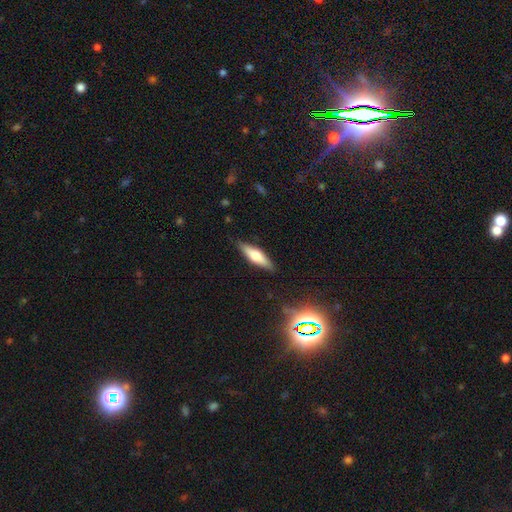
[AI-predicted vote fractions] smooth_or_featured: smooth (p=0.50) [alt: featured or disk p=0.43]
how_rounded: cigar-shaped (p=0.59) [alt: in between p=0.39]
merging: none (p=0.86) [alt: minor disturbance p=0.10]